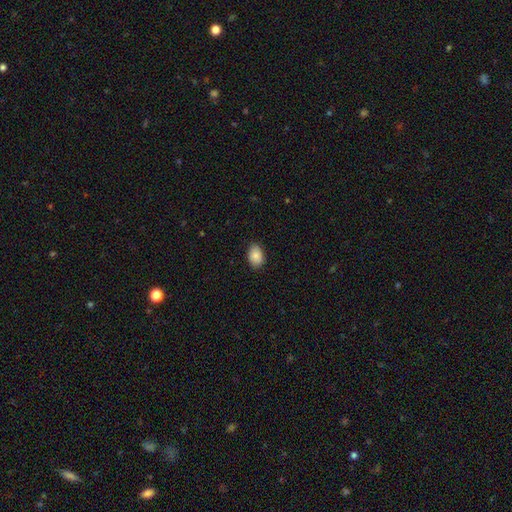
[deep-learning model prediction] smooth 86%, star or artifact 7%, featured or disk 6%. Down the decision tree: how rounded — in between (84%); merging — none (86%).